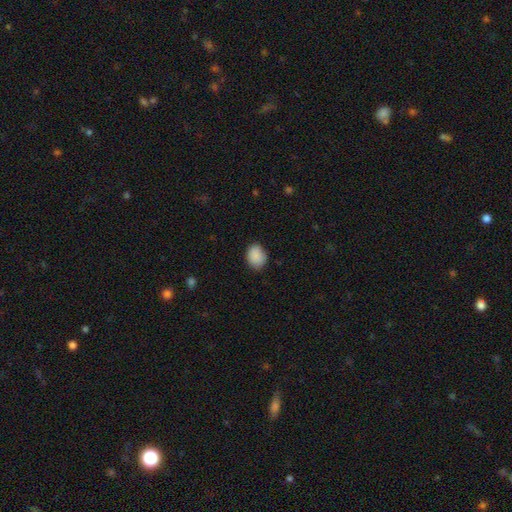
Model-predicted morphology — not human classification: type=smooth (89%); roundness=in between (60%); merging=none (79%).